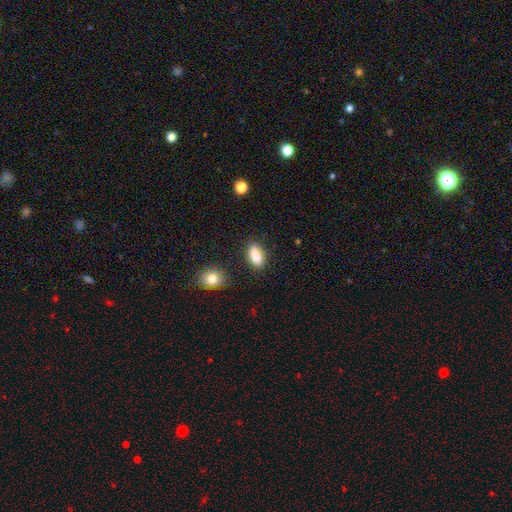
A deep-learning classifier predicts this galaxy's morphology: smooth 87%, star or artifact 8%, featured or disk 5%. Down the decision tree: how rounded — in between (86%); merging — none (82%).